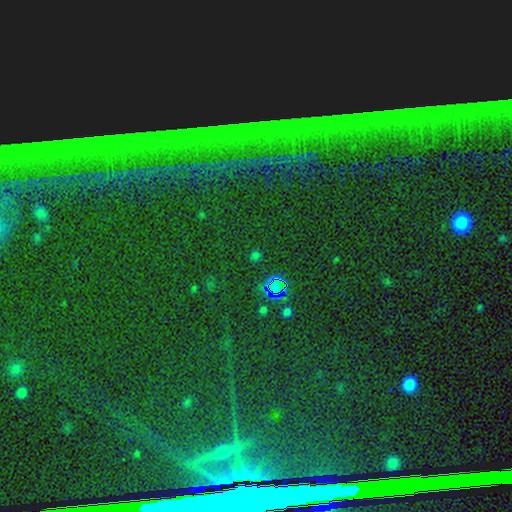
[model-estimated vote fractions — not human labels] Morphology: type=star or artifact (83%).